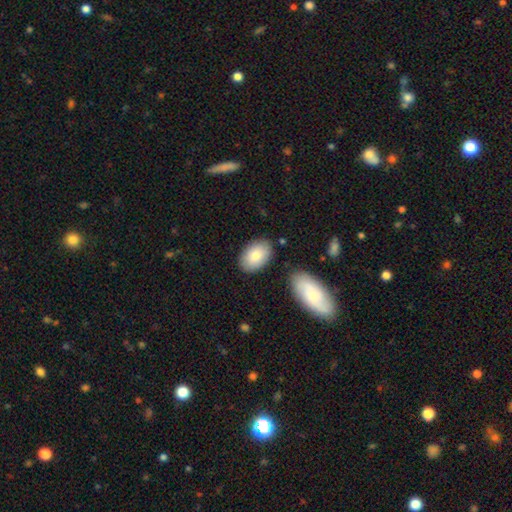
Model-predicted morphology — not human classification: Smooth or featured? smooth (81%)
How rounded? in between (91%)
Merging? none (83%)